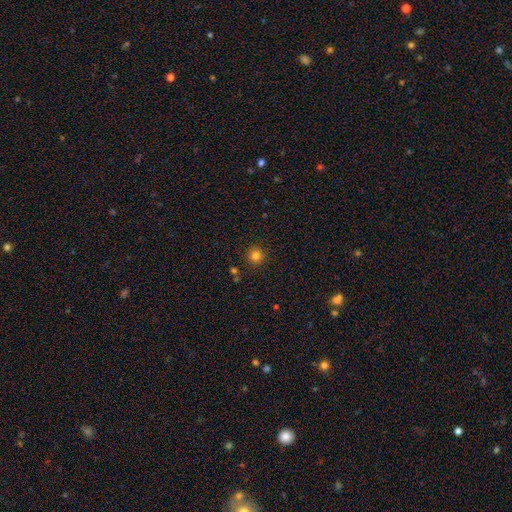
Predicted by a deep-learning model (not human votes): smooth 81%, star or artifact 14%, featured or disk 5%. Down the decision tree: how rounded — round (95%); merging — none (90%).